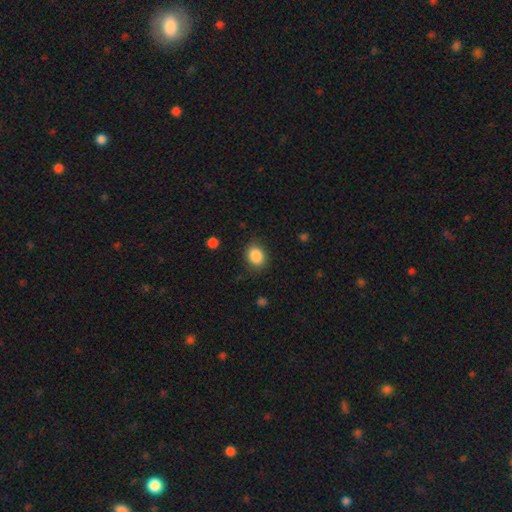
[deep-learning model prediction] Q: Smooth or featured?
A: smooth (87%); runner-up: star or artifact (9%)
Q: How rounded?
A: in between (52%); runner-up: round (47%)
Q: Merging?
A: none (83%); runner-up: minor disturbance (12%)